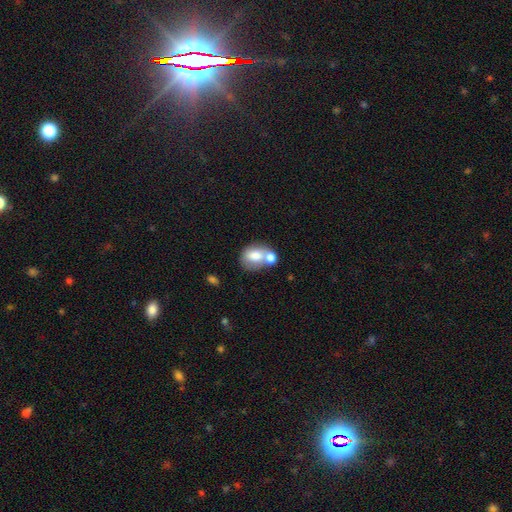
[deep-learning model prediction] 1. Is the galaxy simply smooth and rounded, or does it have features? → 73% smooth, 19% featured or disk, 8% star or artifact.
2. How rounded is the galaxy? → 65% in between, 34% round, 1% cigar-shaped.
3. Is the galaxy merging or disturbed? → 49% merger, 32% none, 13% minor disturbance, 7% major disturbance.